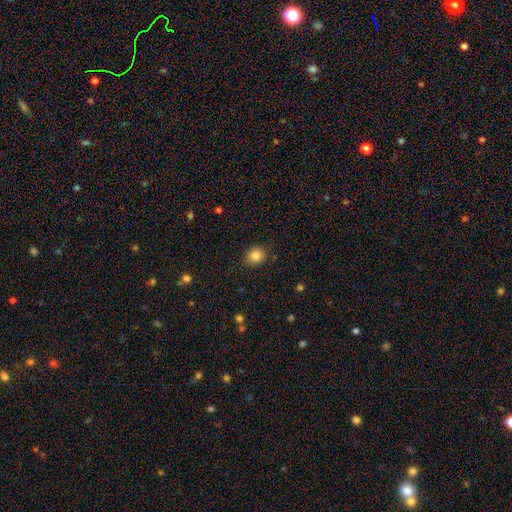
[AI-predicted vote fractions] This appears to be a smooth galaxy with no disk features (83%) that is round (73%). Merging: none (86%).